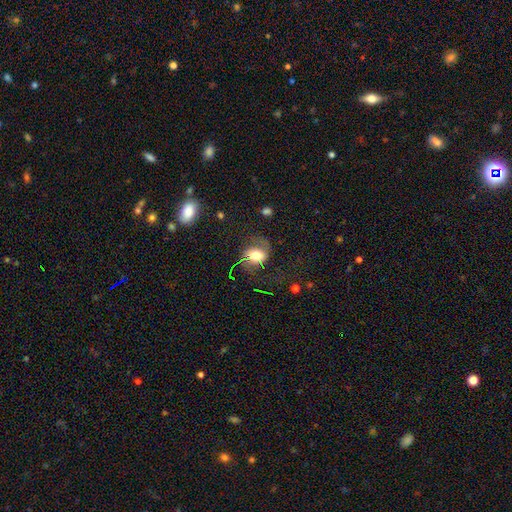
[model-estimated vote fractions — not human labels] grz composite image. It shows a smooth galaxy with no disk features (50%) that is in between round and cigar-shaped (61%). Merging: none (56%).